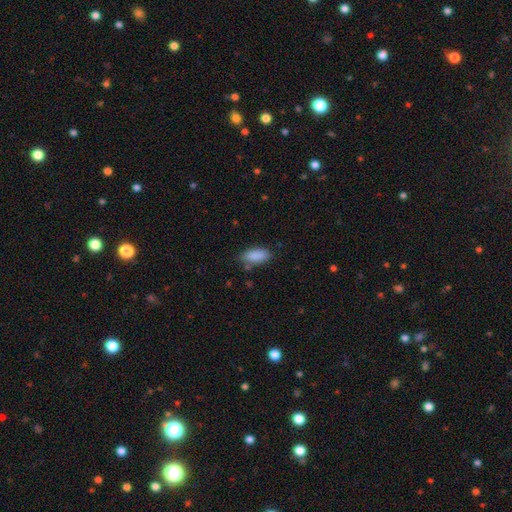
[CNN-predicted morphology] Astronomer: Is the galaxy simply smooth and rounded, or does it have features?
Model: smooth — 88%.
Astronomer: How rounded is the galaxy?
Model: in between — 88%.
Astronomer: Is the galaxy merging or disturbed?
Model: none — 75%.